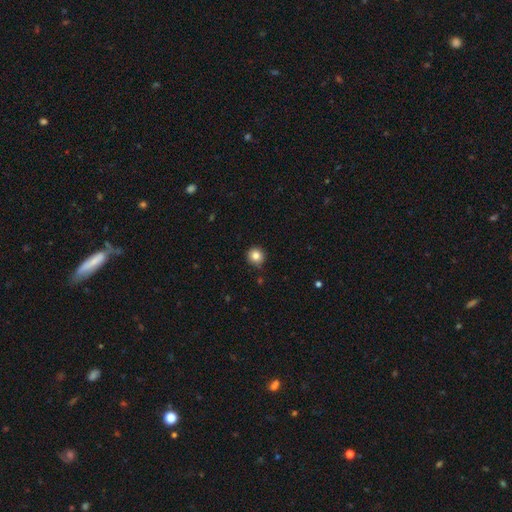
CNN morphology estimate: Smooth or featured? smooth (84%)
How rounded? round (93%)
Merging? none (86%)